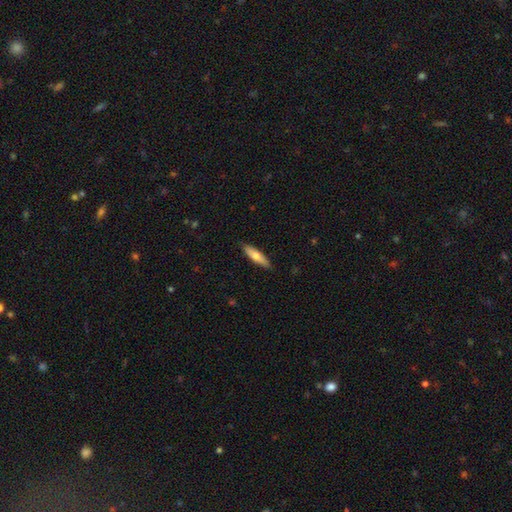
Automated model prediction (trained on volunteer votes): The model was most divided on "smooth or featured": smooth: 67%, featured or disk: 28%, star or artifact: 5%. More confident: merging — none (88%); how rounded — cigar-shaped (70%).